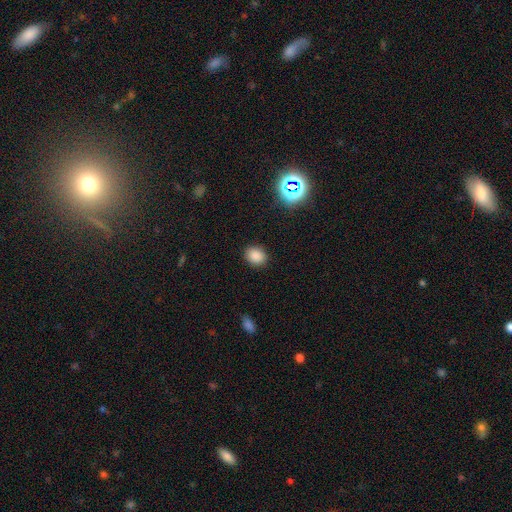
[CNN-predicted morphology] Smooth or featured?
  - smooth: 84% *
  - star or artifact: 12%
  - featured or disk: 4%
How rounded?
  - in between: 51% *
  - round: 48%
  - cigar-shaped: 1%
Merging?
  - none: 88% *
  - minor disturbance: 8%
  - major disturbance: 3%
  - merger: 1%